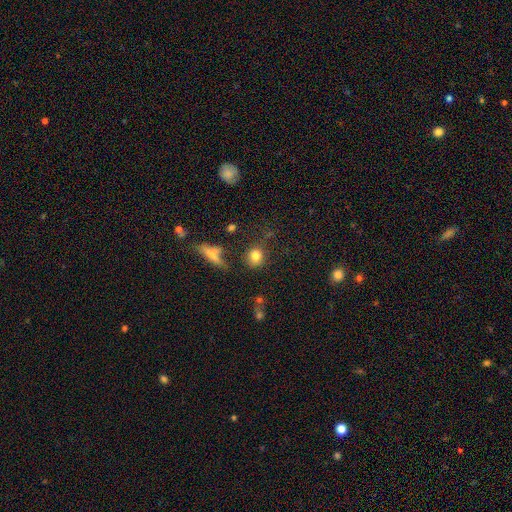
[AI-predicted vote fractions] Q: Smooth or featured?
A: smooth (79%); runner-up: star or artifact (12%)
Q: How rounded?
A: round (78%); runner-up: in between (19%)
Q: Merging?
A: none (74%); runner-up: minor disturbance (13%)